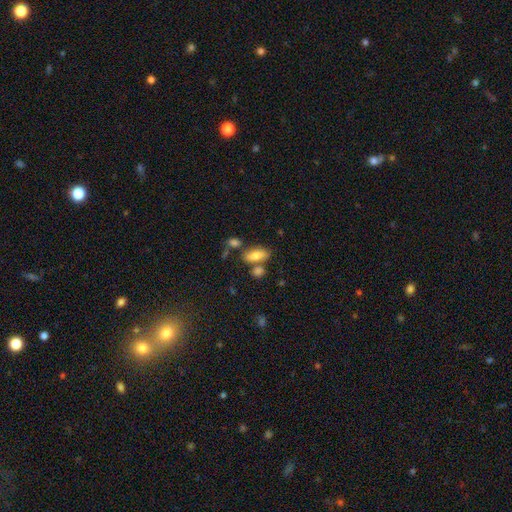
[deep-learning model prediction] Morphology: type=smooth (75%); roundness=in between (81%); merging=none (62%).